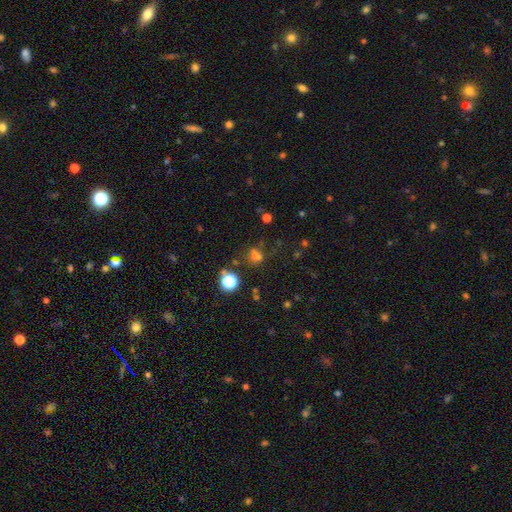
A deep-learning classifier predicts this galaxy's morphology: Smooth or featured: smooth — 62% (star or artifact — 29%)
How rounded: round — 61% (in between — 37%)
Merging: none — 58% (minor disturbance — 17%)